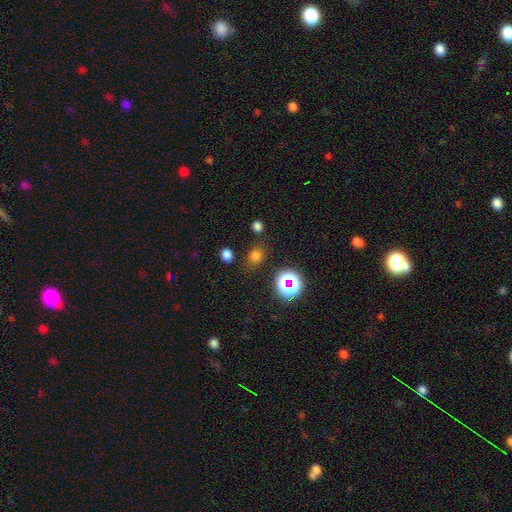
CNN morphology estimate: smooth_or_featured: smooth (p=0.72) [alt: star or artifact p=0.22]
how_rounded: round (p=0.60) [alt: in between p=0.39]
merging: none (p=0.79) [alt: minor disturbance p=0.12]